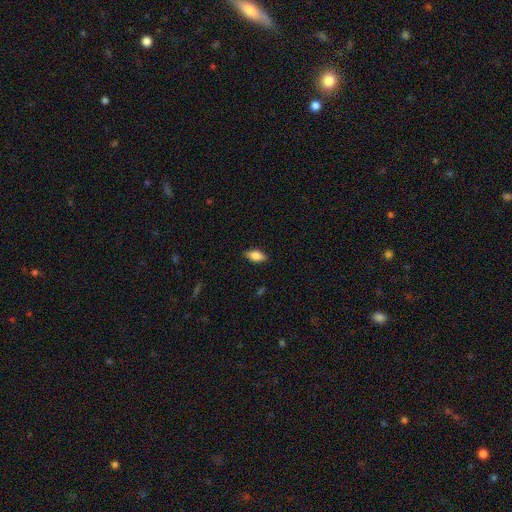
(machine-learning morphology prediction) A smooth galaxy with no disk features (81%) that is in between round and cigar-shaped (88%). Merging: none (84%).